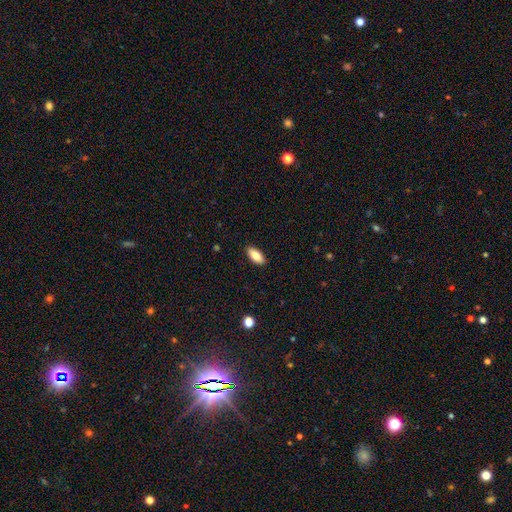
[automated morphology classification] Smooth or featured? Predicted: smooth (p=0.80). How rounded? Predicted: in between (p=0.89). Merging? Predicted: none (p=0.90).